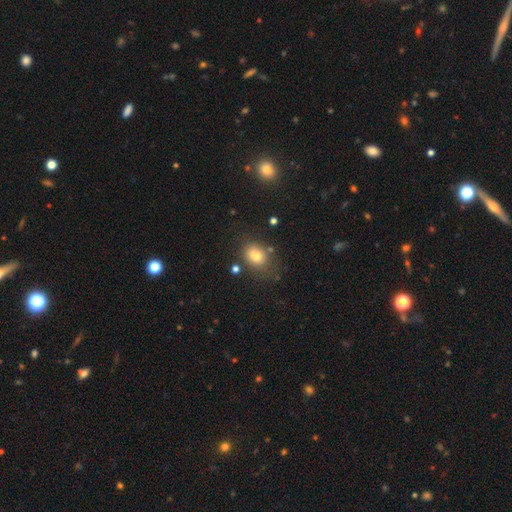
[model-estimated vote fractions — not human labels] smooth-or-featured: smooth: 77% | star or artifact: 12% | featured or disk: 11%
  how-rounded: in between: 60% | round: 39% | cigar-shaped: 1%
  merging: none: 71% | minor disturbance: 16% | merger: 6% | major disturbance: 6%